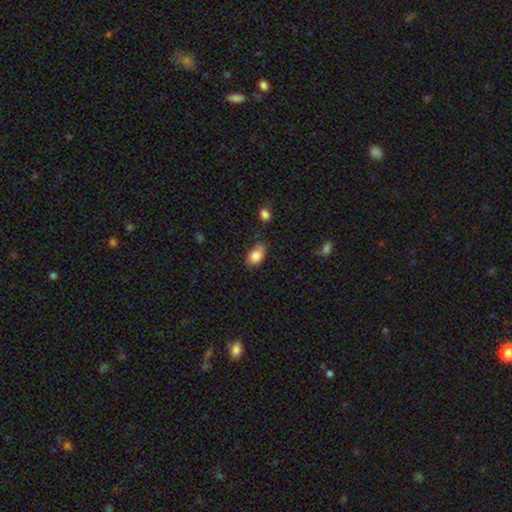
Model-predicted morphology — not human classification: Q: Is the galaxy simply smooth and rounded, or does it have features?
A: smooth — 85%.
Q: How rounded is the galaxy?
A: in between — 85%.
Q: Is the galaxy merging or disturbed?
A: none — 60%.